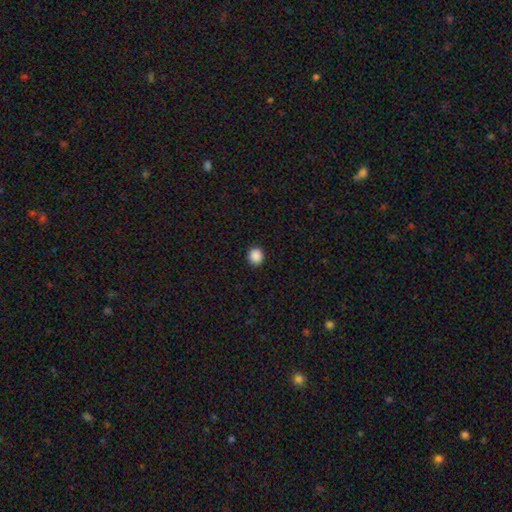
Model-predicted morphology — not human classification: This is clearly a smooth galaxy (88%). How rounded: clearly round (89%). Merging: clearly none (92%).